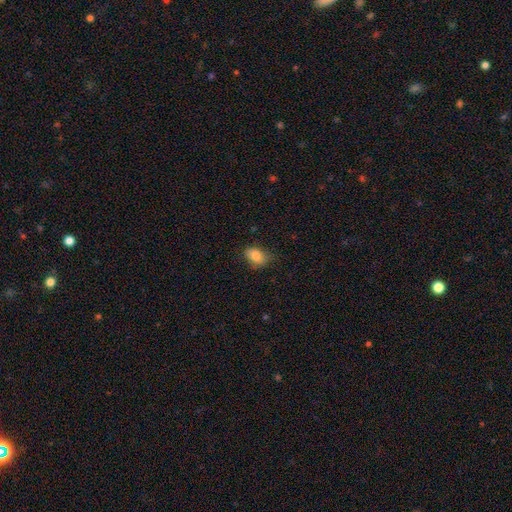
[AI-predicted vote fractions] Overall: smooth (86%). How rounded: in between (82%). Merging: none (68%).